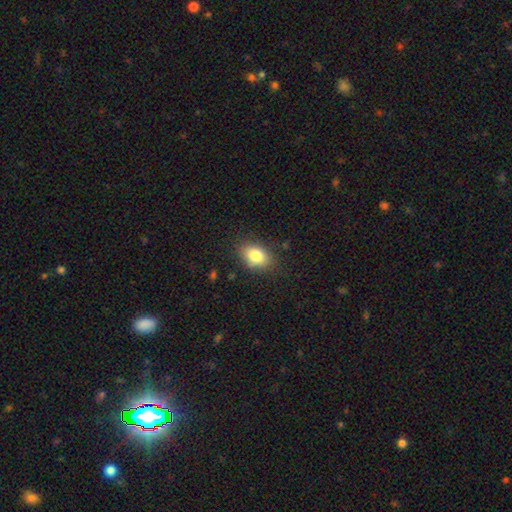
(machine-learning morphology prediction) Smooth or featured: smooth — 82% (featured or disk — 9%)
How rounded: in between — 83% (round — 15%)
Merging: none — 82% (minor disturbance — 13%)